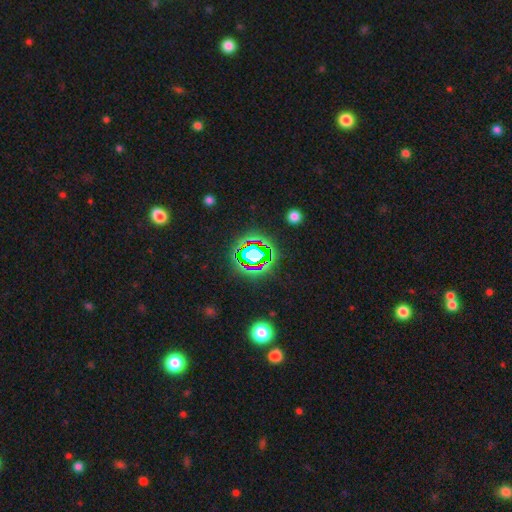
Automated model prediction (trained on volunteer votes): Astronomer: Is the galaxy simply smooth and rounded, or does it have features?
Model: star or artifact — 71%.